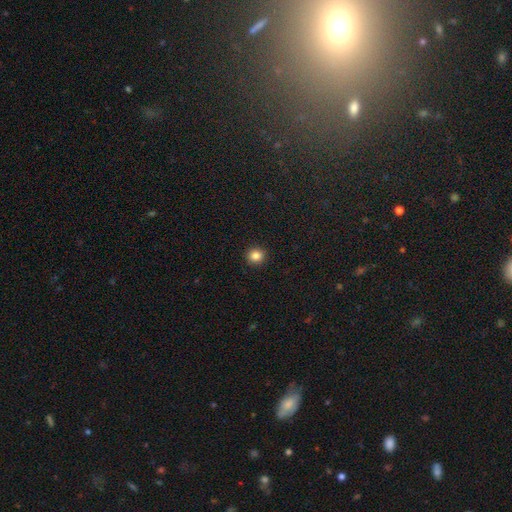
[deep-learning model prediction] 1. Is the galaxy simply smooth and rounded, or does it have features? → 85% smooth, 11% star or artifact, 4% featured or disk.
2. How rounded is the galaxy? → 88% round, 11% in between, 1% cigar-shaped.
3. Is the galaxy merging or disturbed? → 93% none, 5% minor disturbance, 2% major disturbance, 1% merger.